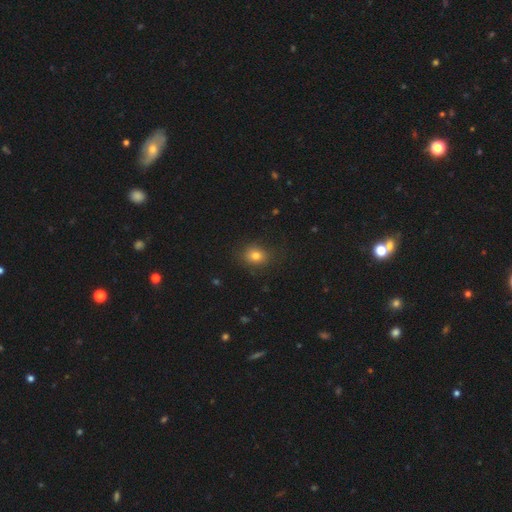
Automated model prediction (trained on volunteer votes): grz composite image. It shows a smooth galaxy with no disk features (78%) that is round (63%). Merging: none (80%).